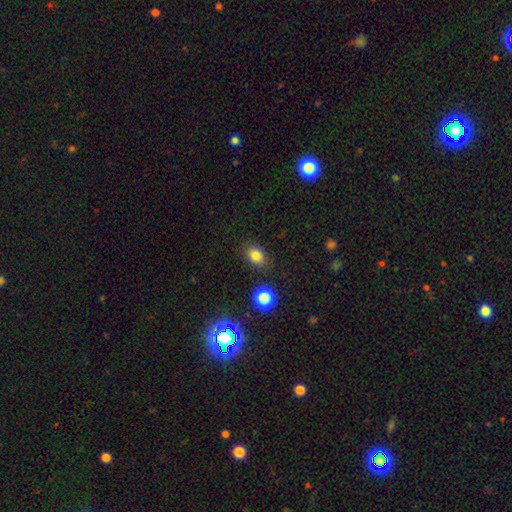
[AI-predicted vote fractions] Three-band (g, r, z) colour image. It shows a smooth galaxy with no disk features (80%) that is in between round and cigar-shaped (73%). Merging: none (83%).